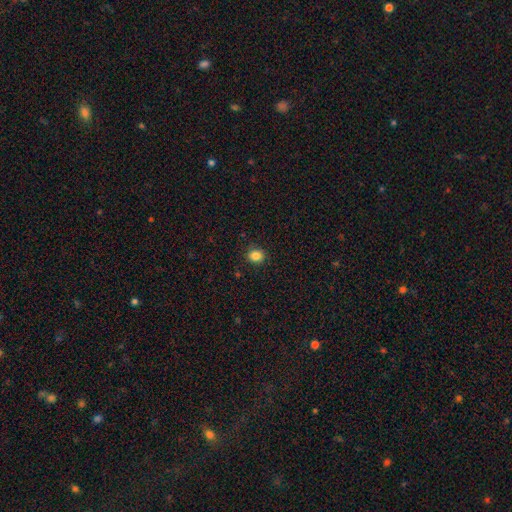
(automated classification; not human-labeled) smooth_or_featured: smooth (p=0.85) [alt: star or artifact p=0.11]
how_rounded: round (p=0.68) [alt: in between p=0.31]
merging: none (p=0.88) [alt: minor disturbance p=0.09]